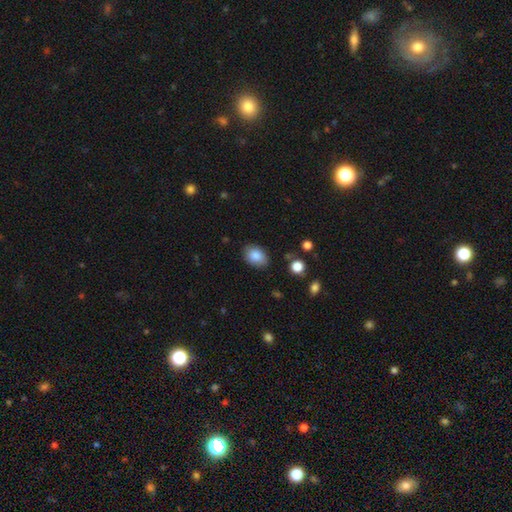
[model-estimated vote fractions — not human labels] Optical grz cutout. It shows a smooth galaxy with no disk features (86%) that is in between round and cigar-shaped (78%). Merging: none (81%).